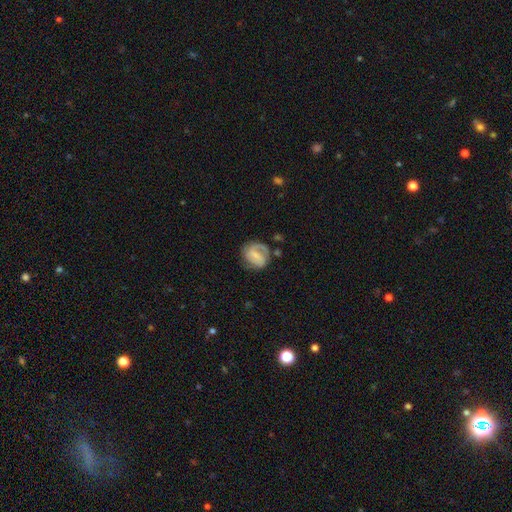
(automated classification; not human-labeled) Overall: featured or disk (65%; smooth 28%). Edge-on disk: no (98%). Bar: weak (45%; strong 30%). Spiral arms: yes (85%). Spiral arm count: 2 (56%; 1 27%). Spiral winding: tight (46%; medium 38%). Bulge size: small (40%; none 34%). Merging: none (58%; minor disturbance 22%).